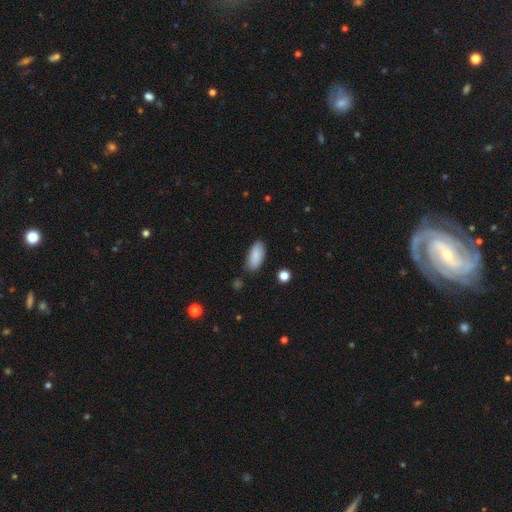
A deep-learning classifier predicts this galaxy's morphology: A smooth galaxy with no disk features (87%) that is in between round and cigar-shaped (86%).

Vote fractions:
- Smooth or featured? smooth: 87% / star or artifact: 7% / featured or disk: 6%
- How rounded? in between: 86% / cigar-shaped: 12% / round: 2%
- Merging? none: 82% / minor disturbance: 13% / major disturbance: 3% / merger: 2%